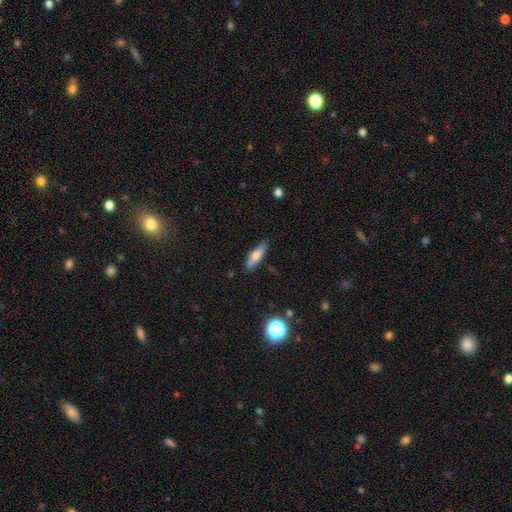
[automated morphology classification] A smooth galaxy with no disk features (71%) that is cigar-shaped (55%). Merging: none (82%).